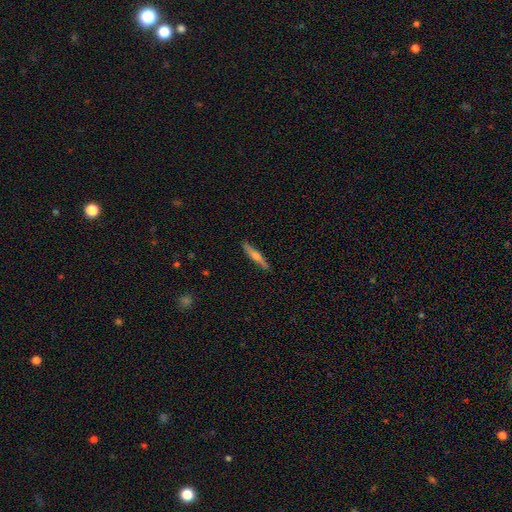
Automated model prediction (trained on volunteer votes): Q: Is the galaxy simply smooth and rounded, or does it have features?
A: featured or disk — 56%.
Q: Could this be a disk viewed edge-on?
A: yes — 95%.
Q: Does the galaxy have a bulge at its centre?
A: rounded — 82%.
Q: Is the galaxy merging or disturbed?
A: none — 89%.